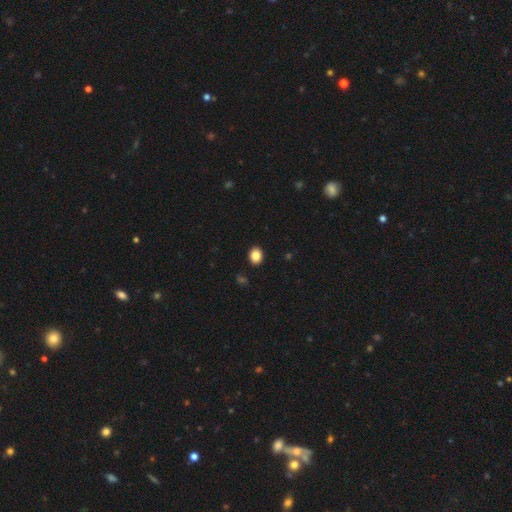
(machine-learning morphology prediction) Smooth or featured? Predicted: smooth (p=0.86). How rounded? Predicted: in between (p=0.53). Merging? Predicted: none (p=0.91).